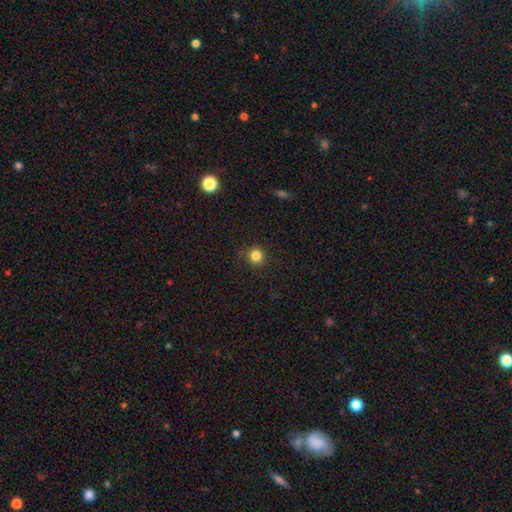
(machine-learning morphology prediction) smooth 83%, star or artifact 12%, featured or disk 5%. Down the decision tree: how rounded — round (93%); merging — none (86%).